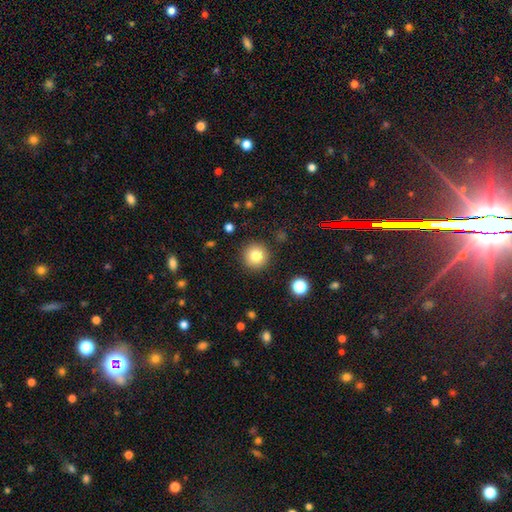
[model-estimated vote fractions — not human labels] smooth 81%, star or artifact 11%, featured or disk 8%. Down the decision tree: how rounded — round (95%); merging — none (91%).